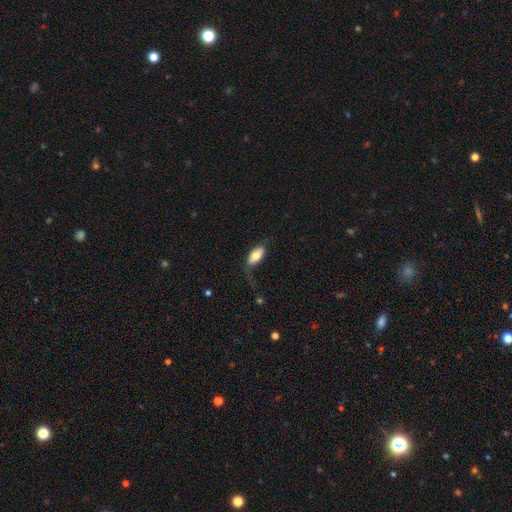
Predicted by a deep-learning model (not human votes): This is likely a smooth galaxy (76%). How rounded: clearly in between (90%). Merging: possibly none (51%).